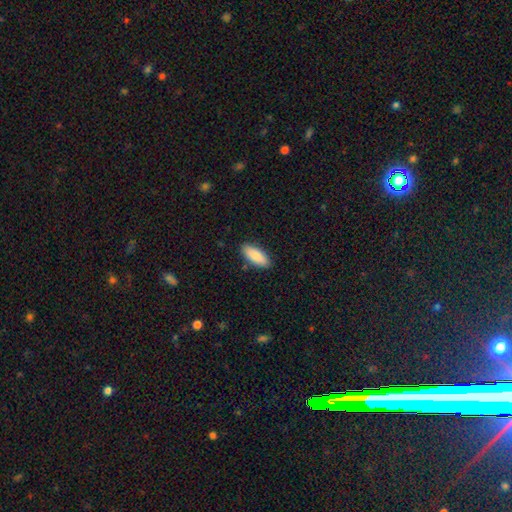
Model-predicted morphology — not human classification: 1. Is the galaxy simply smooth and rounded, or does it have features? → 86% smooth, 8% featured or disk, 6% star or artifact.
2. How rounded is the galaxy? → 80% in between, 18% cigar-shaped, 2% round.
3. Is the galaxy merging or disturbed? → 88% none, 9% minor disturbance, 2% major disturbance, 1% merger.